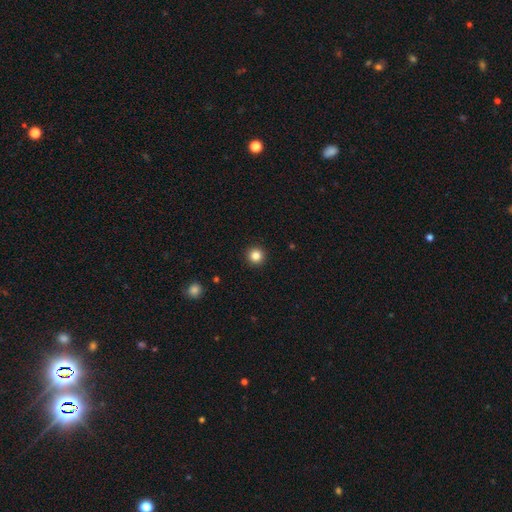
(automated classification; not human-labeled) Q: Smooth or featured?
A: smooth (84%); runner-up: star or artifact (12%)
Q: How rounded?
A: round (96%); runner-up: in between (3%)
Q: Merging?
A: none (93%); runner-up: minor disturbance (4%)